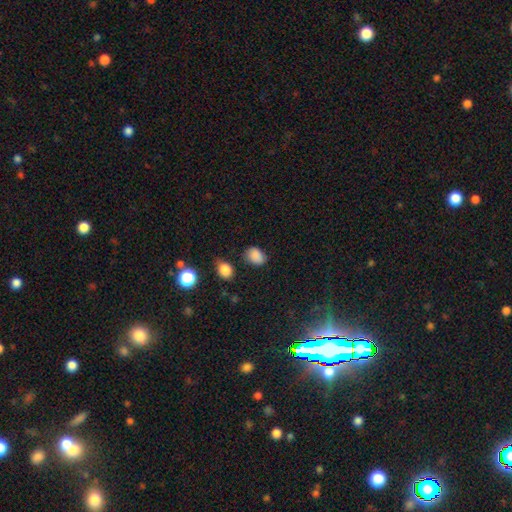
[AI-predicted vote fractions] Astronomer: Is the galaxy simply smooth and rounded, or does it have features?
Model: smooth — 85%.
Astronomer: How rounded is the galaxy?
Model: in between — 66%.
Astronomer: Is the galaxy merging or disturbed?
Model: none — 72%.